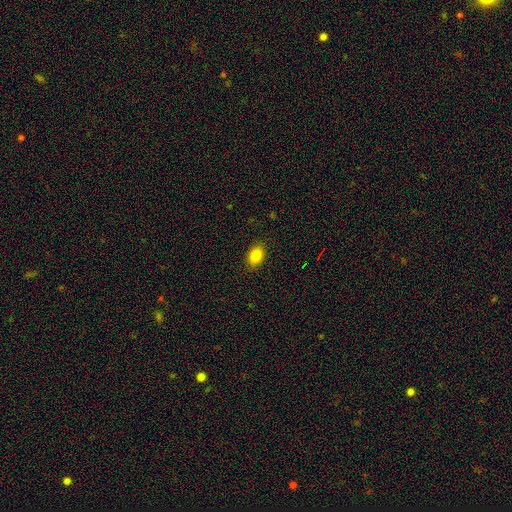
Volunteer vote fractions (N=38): Morphology: type=smooth (84%); roundness=in between (72%); merging=none (94%).